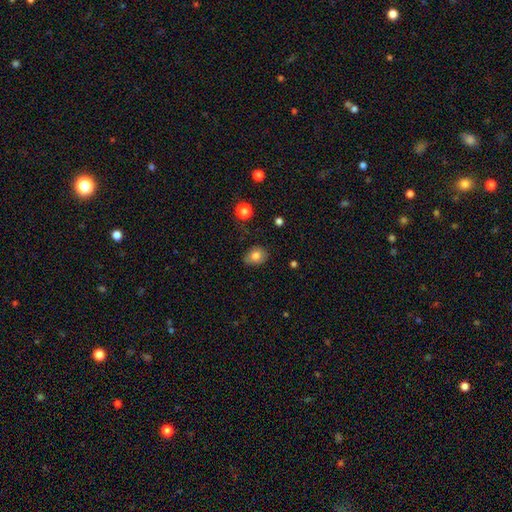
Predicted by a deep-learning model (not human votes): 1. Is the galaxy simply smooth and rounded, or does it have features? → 78% smooth, 12% featured or disk, 10% star or artifact.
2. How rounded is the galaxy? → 56% in between, 43% round, 1% cigar-shaped.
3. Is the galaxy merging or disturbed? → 78% none, 17% minor disturbance, 4% major disturbance, 1% merger.